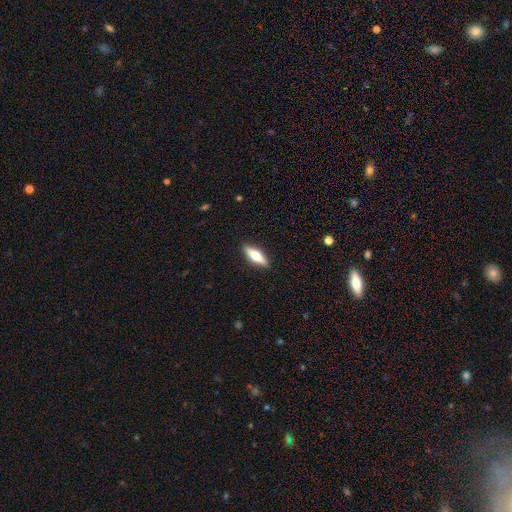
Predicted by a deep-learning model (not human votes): The model was most divided on "smooth or featured": smooth: 48%, featured or disk: 46%, star or artifact: 6%. More confident: merging — none (90%).